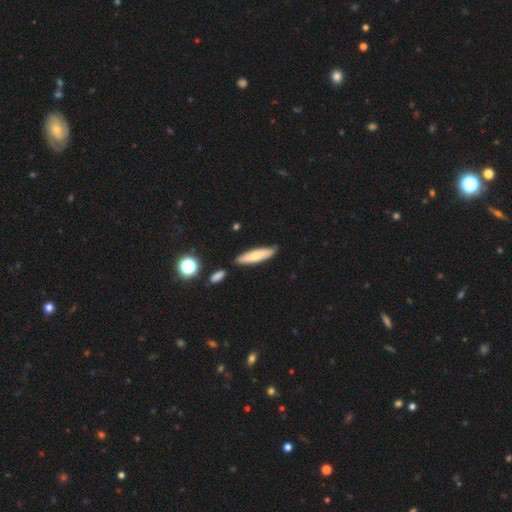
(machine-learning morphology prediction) This appears to be a smooth galaxy with no disk features (67%) that is cigar-shaped (74%). Merging: none (79%).